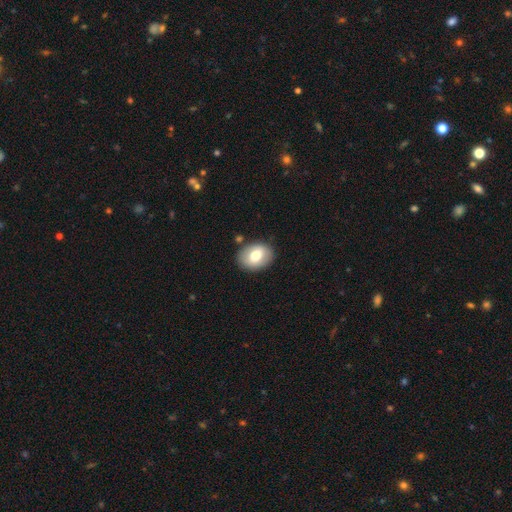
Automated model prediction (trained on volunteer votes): The model was most divided on "how rounded": in between: 63%, round: 36%, cigar-shaped: 1%. More confident: merging — none (84%); smooth or featured — smooth (70%).